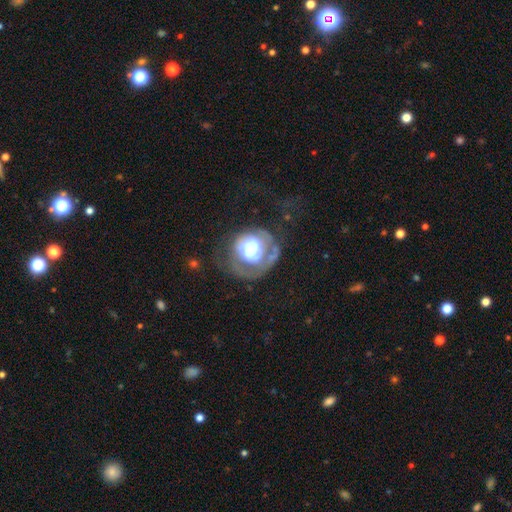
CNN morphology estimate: A featured or disk galaxy (59%) with no bar (78%), spiral arms (54%) and a large central bulge (55%). Merging: major disturbance (38%).